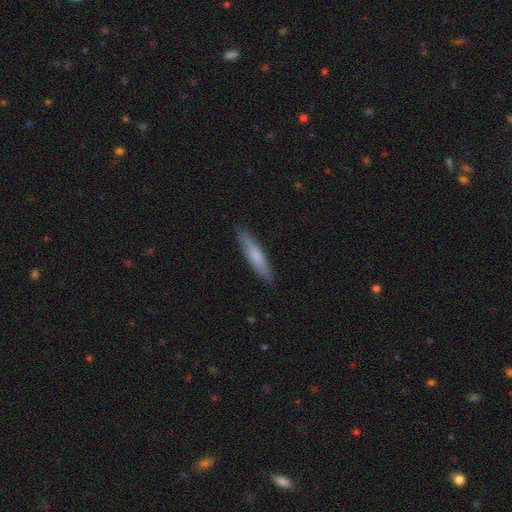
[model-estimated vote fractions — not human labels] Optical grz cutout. It shows a smooth galaxy with no disk features (70%) that is cigar-shaped (87%). Merging: none (89%).